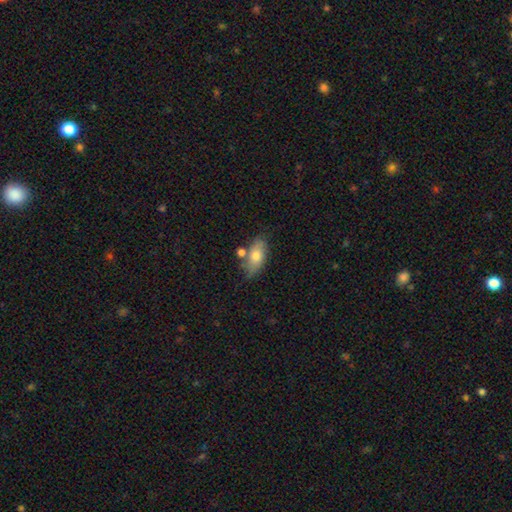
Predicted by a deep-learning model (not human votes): This appears to be a smooth galaxy with no disk features (71%) that is in between round and cigar-shaped (86%). Merging: none (61%).